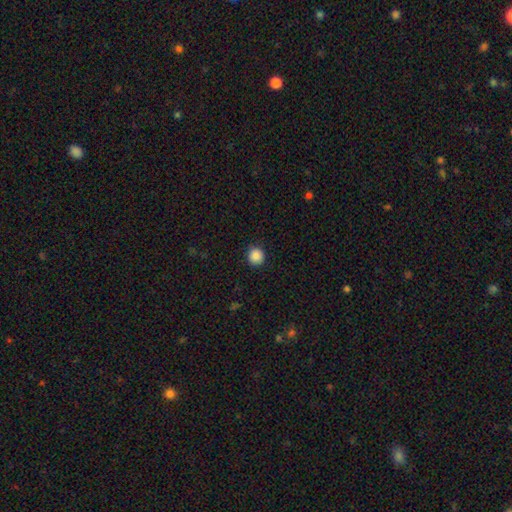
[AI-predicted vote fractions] Smooth or featured? smooth (88%)
How rounded? round (92%)
Merging? none (91%)